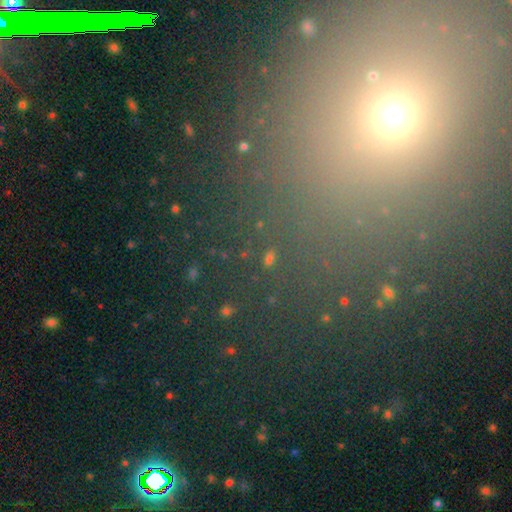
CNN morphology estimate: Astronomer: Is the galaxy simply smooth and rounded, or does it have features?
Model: star or artifact — 61%.